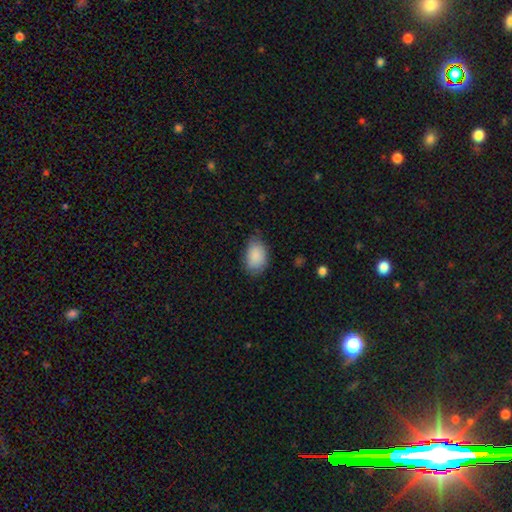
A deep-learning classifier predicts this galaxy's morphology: Smooth or featured? Predicted: smooth (p=0.89). How rounded? Predicted: in between (p=0.88). Merging? Predicted: none (p=0.70).